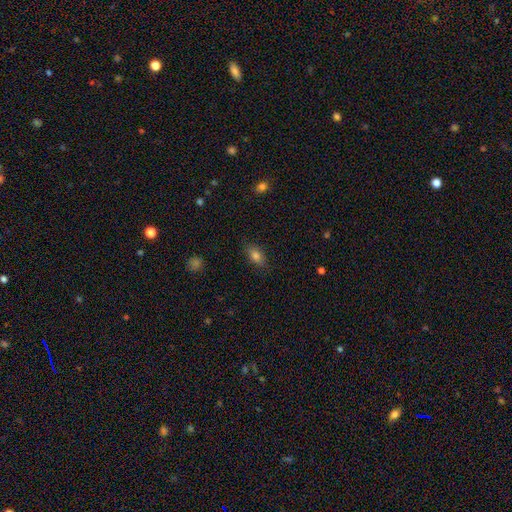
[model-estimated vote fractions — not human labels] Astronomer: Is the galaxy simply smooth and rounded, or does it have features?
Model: smooth — 80%.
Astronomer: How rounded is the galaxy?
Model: in between — 84%.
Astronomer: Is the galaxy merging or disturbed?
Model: none — 83%.